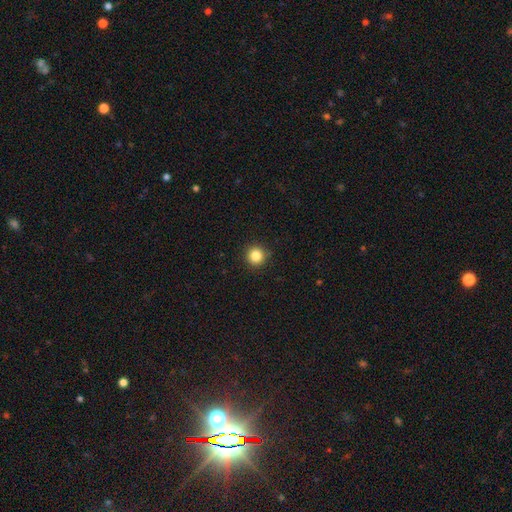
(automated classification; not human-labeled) Morphology: type=smooth (85%); roundness=round (95%); merging=none (91%).